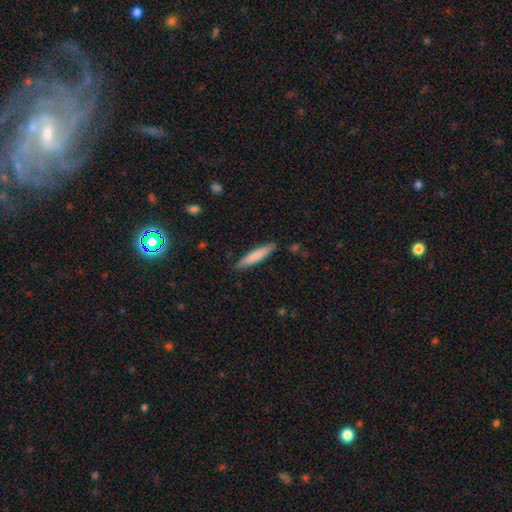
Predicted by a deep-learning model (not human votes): Smooth or featured: smooth — 77% (featured or disk — 18%)
How rounded: cigar-shaped — 89% (in between — 10%)
Merging: none — 89% (minor disturbance — 9%)